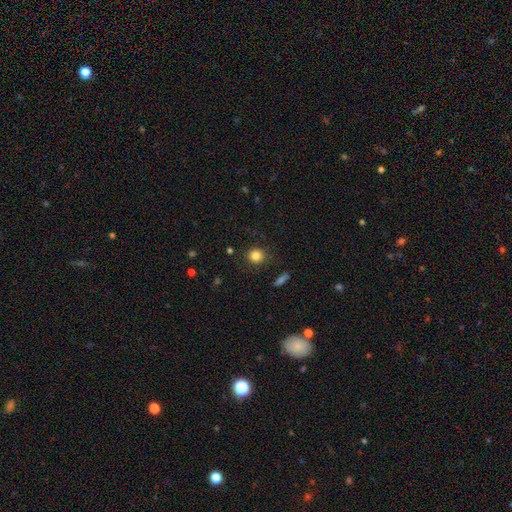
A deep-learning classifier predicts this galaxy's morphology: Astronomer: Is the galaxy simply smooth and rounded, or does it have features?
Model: smooth — 83%.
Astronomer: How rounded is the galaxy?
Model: round — 87%.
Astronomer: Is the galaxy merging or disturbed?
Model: none — 85%.